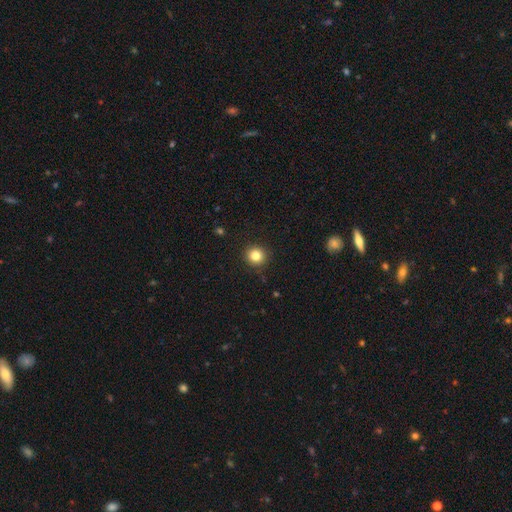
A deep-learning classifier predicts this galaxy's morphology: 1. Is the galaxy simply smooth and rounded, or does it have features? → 82% smooth, 11% star or artifact, 6% featured or disk.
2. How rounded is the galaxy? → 93% round, 6% in between, 1% cigar-shaped.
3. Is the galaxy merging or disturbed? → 92% none, 6% minor disturbance, 2% major disturbance, 1% merger.